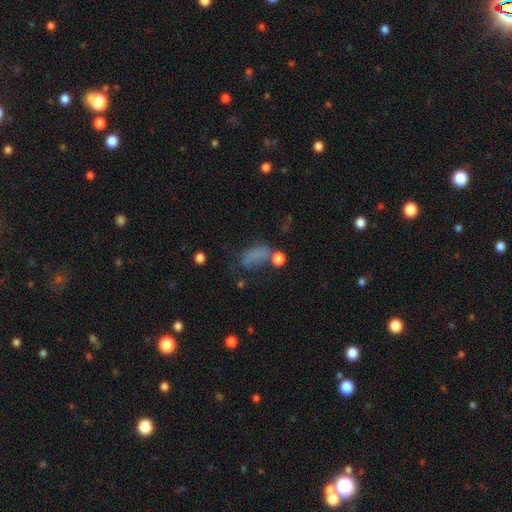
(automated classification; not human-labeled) smooth_or_featured: smooth (p=0.60) [alt: star or artifact p=0.21]
how_rounded: in between (p=0.78) [alt: round p=0.14]
merging: major disturbance (p=0.33) [alt: none p=0.31]